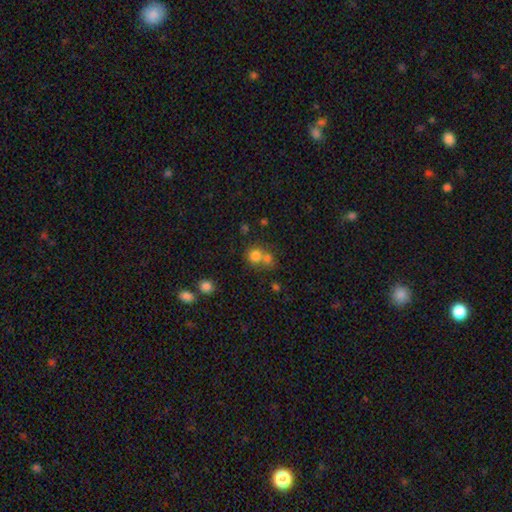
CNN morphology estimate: This appears to be a smooth galaxy with no disk features (76%) that is round (81%). Merging: merger (46%).